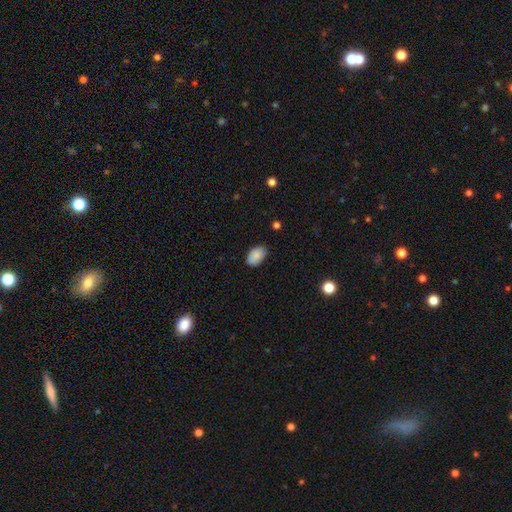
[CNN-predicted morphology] smooth-or-featured: smooth: 88% | star or artifact: 7% | featured or disk: 5%
  how-rounded: in between: 91% | round: 8% | cigar-shaped: 1%
  merging: none: 81% | minor disturbance: 15% | major disturbance: 3% | merger: 1%